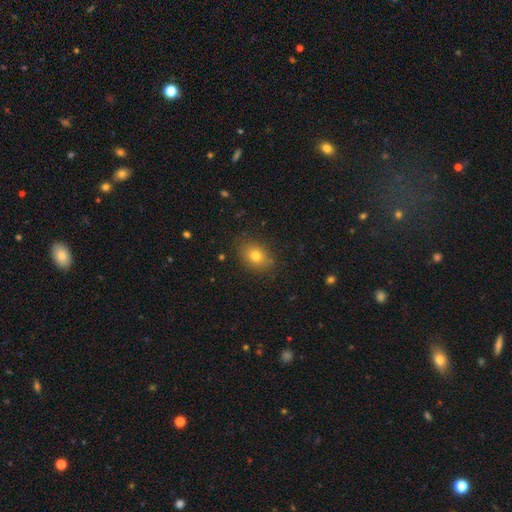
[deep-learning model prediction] This is likely a smooth galaxy (77%). How rounded: likely in between (69%). Merging: clearly none (83%).